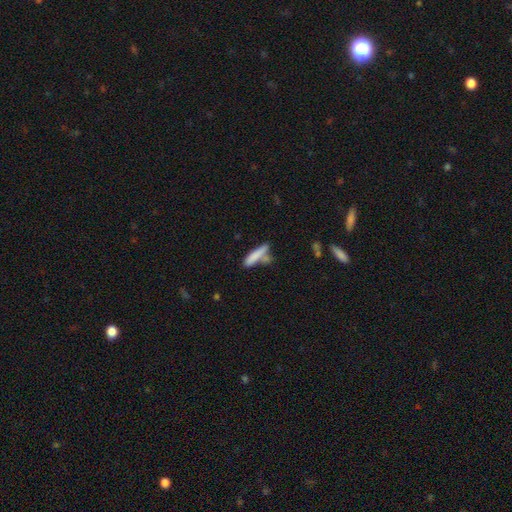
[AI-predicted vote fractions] smooth_or_featured: smooth (p=0.79) [alt: featured or disk p=0.14]
how_rounded: cigar-shaped (p=0.80) [alt: in between p=0.18]
merging: none (p=0.55) [alt: merger p=0.20]